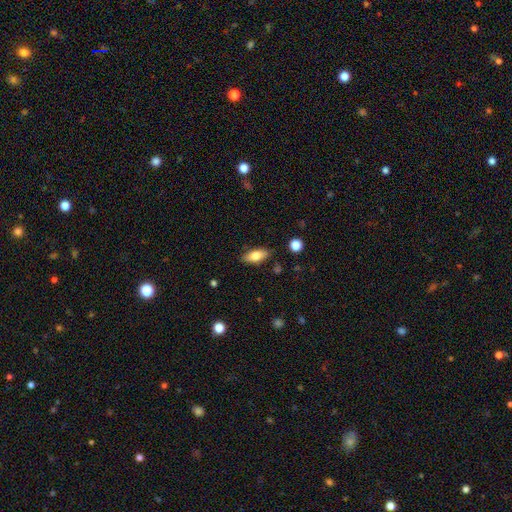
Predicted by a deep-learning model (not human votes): smooth 78%, featured or disk 15%, star or artifact 7%. Down the decision tree: how rounded — in between (83%); merging — none (85%).